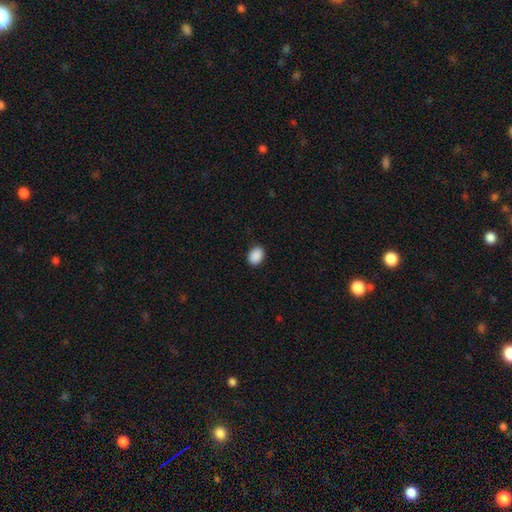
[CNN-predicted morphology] A smooth galaxy with no disk features (90%) that is in between round and cigar-shaped (68%). Merging: none (89%).